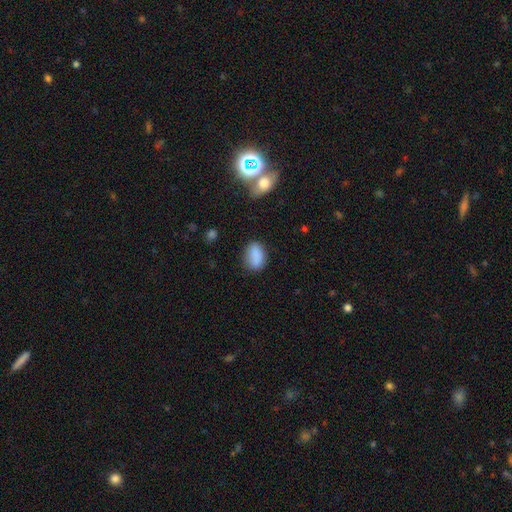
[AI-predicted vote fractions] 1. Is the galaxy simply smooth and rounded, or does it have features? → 85% smooth, 9% star or artifact, 6% featured or disk.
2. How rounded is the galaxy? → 81% in between, 17% round, 2% cigar-shaped.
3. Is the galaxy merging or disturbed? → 73% none, 19% minor disturbance, 5% major disturbance, 3% merger.